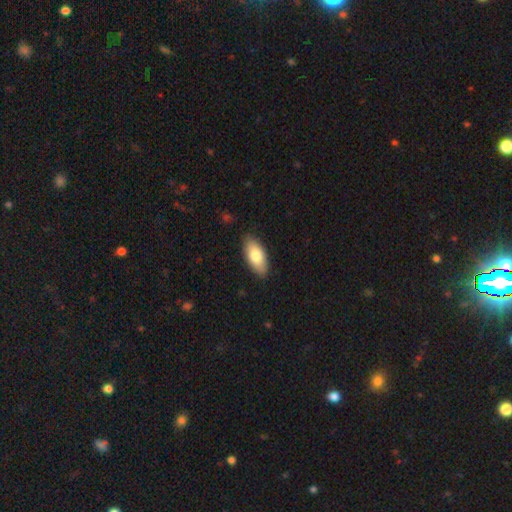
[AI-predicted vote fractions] A smooth galaxy with no disk features (78%) that is in between round and cigar-shaped (88%).

Vote fractions:
- Smooth or featured? smooth: 78% / featured or disk: 16% / star or artifact: 6%
- How rounded? in between: 88% / cigar-shaped: 9% / round: 2%
- Merging? none: 86% / minor disturbance: 11% / major disturbance: 2% / merger: 1%